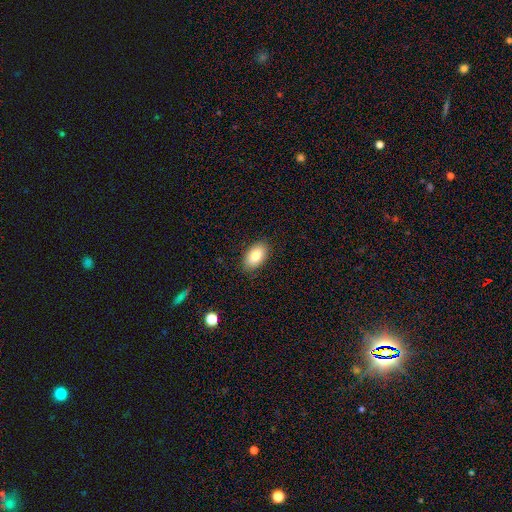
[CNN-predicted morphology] Q: Smooth or featured?
A: smooth (83%); runner-up: featured or disk (10%)
Q: How rounded?
A: in between (93%); runner-up: round (6%)
Q: Merging?
A: none (87%); runner-up: minor disturbance (10%)